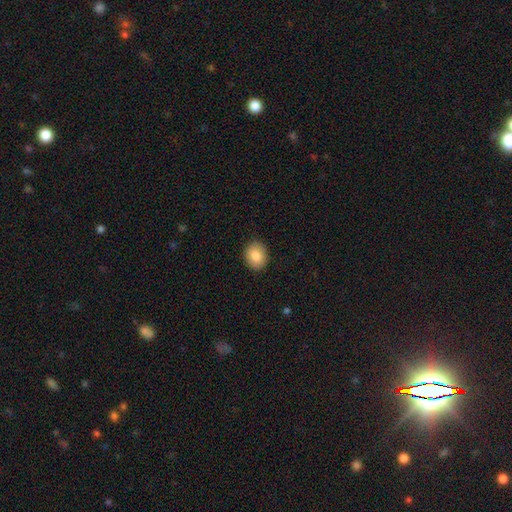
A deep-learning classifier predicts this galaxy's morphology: Smooth or featured? Predicted: smooth (p=0.85). How rounded? Predicted: in between (p=0.52). Merging? Predicted: none (p=0.89).